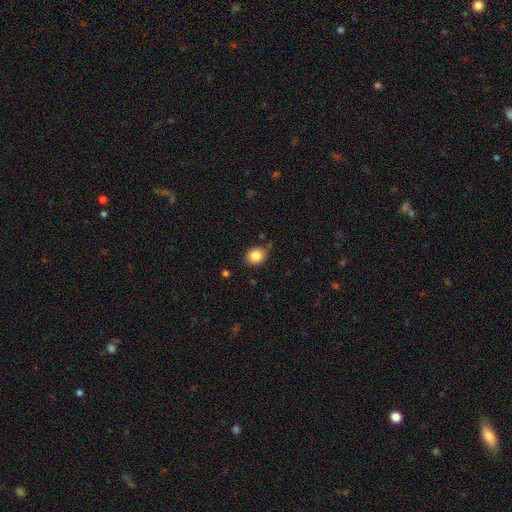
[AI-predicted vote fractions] A smooth galaxy with no disk features (85%) that is round (72%). Merging: none (80%).